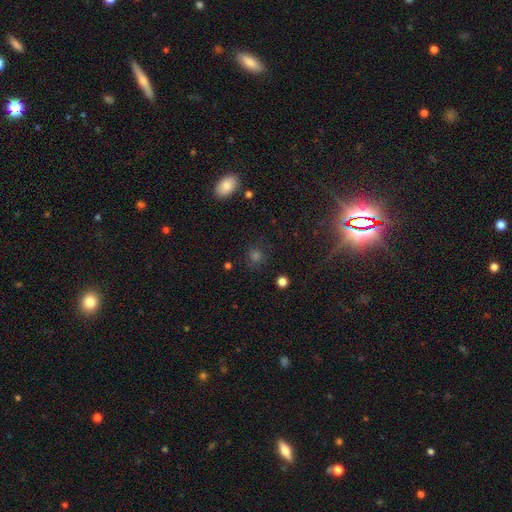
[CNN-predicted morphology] smooth_or_featured: smooth (p=0.49) [alt: star or artifact p=0.41]
merging: none (p=0.83) [alt: minor disturbance p=0.10]